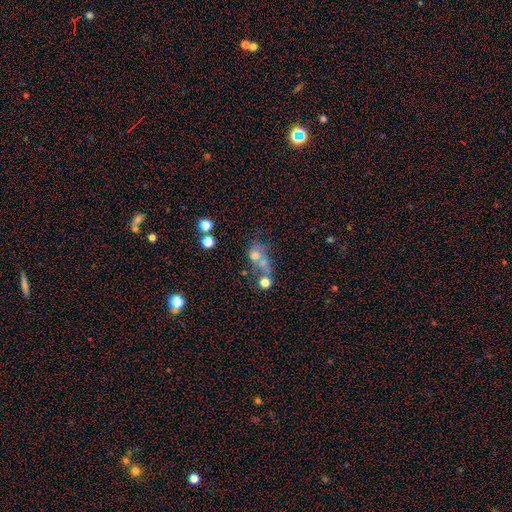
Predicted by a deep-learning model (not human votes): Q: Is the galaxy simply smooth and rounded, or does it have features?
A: smooth — 46%.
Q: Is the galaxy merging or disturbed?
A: merger — 40%.